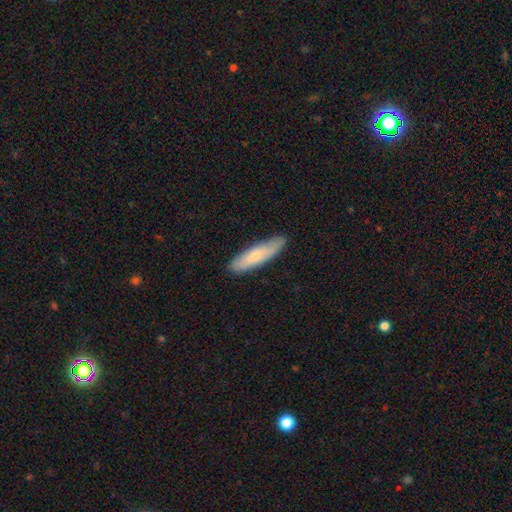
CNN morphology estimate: This is likely a smooth galaxy (74%). How rounded: likely cigar-shaped (75%). Merging: clearly none (85%).